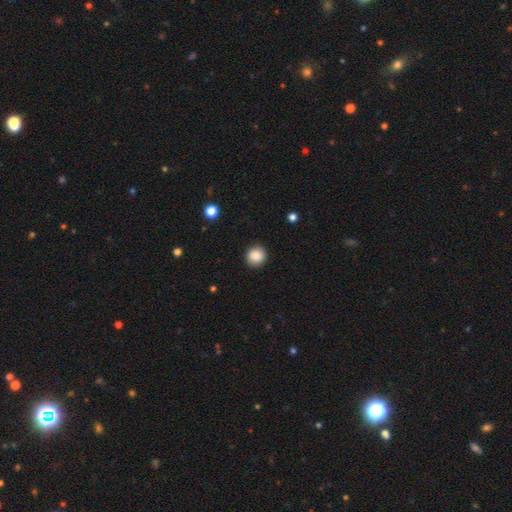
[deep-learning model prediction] smooth-or-featured: smooth: 88% | star or artifact: 9% | featured or disk: 3%
  how-rounded: round: 91% | in between: 8% | cigar-shaped: 1%
  merging: none: 90% | minor disturbance: 7% | major disturbance: 2% | merger: 1%